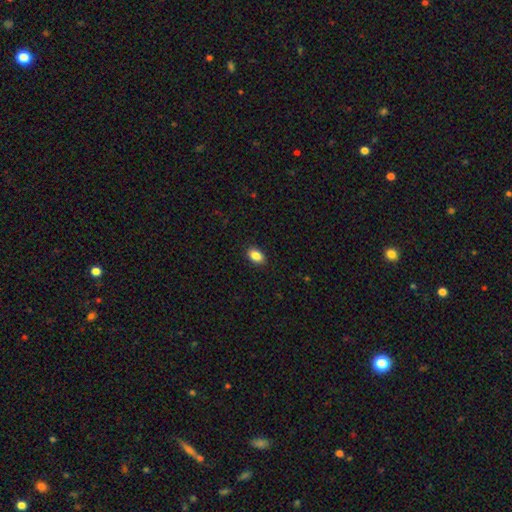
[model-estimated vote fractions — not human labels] A smooth galaxy with no disk features (86%) that is in between round and cigar-shaped (88%).

Vote fractions:
- Smooth or featured? smooth: 86% / star or artifact: 8% / featured or disk: 5%
- How rounded? in between: 88% / round: 10% / cigar-shaped: 2%
- Merging? none: 90% / minor disturbance: 7% / major disturbance: 2% / merger: 1%